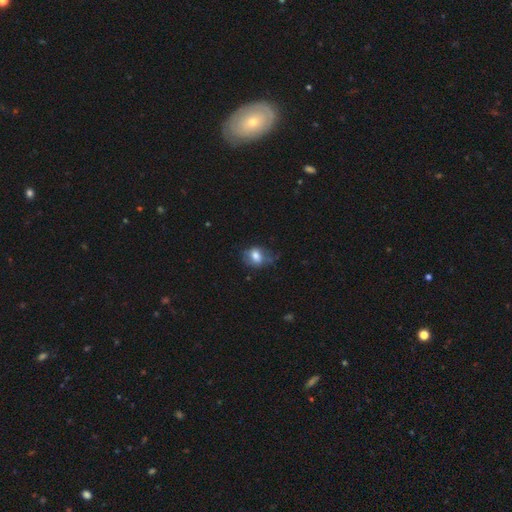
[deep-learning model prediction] Smooth or featured?
  - smooth: 73% *
  - featured or disk: 18%
  - star or artifact: 9%
How rounded?
  - in between: 55% *
  - round: 43%
  - cigar-shaped: 1%
Merging?
  - none: 48% *
  - minor disturbance: 33%
  - major disturbance: 17%
  - merger: 2%